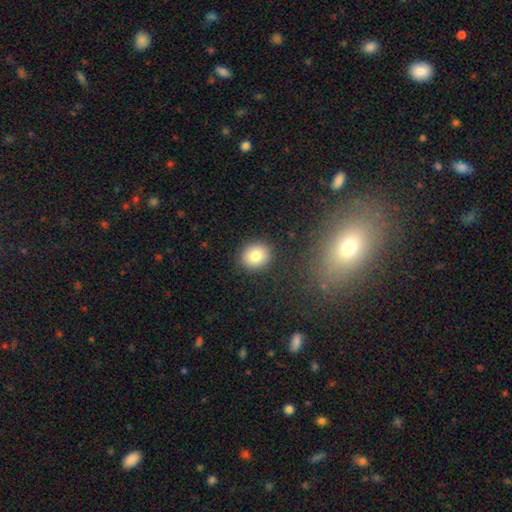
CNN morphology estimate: smooth-or-featured: smooth: 80% | star or artifact: 10% | featured or disk: 10%
  how-rounded: round: 80% | in between: 19% | cigar-shaped: 1%
  merging: none: 89% | minor disturbance: 7% | major disturbance: 2% | merger: 2%